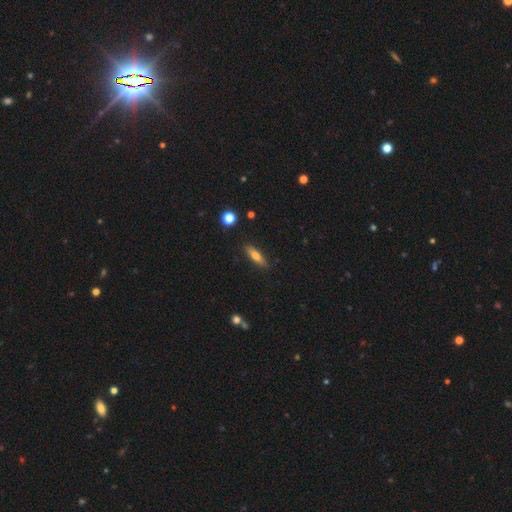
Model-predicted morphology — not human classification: smooth_or_featured: smooth (p=0.63) [alt: featured or disk p=0.30]
how_rounded: cigar-shaped (p=0.65) [alt: in between p=0.33]
merging: none (p=0.87) [alt: minor disturbance p=0.09]